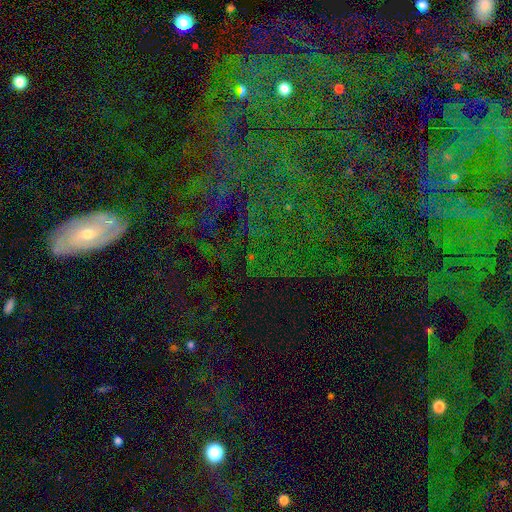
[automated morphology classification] Q: Smooth or featured?
A: star or artifact (72%); runner-up: featured or disk (15%)